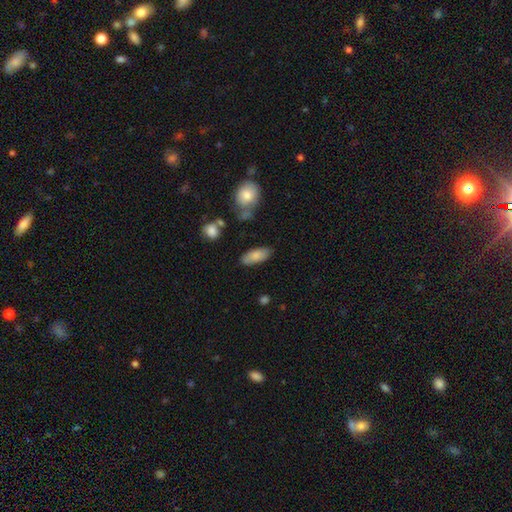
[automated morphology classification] smooth_or_featured: smooth (p=0.83) [alt: featured or disk p=0.11]
how_rounded: in between (p=0.84) [alt: cigar-shaped p=0.14]
merging: none (p=0.80) [alt: minor disturbance p=0.14]